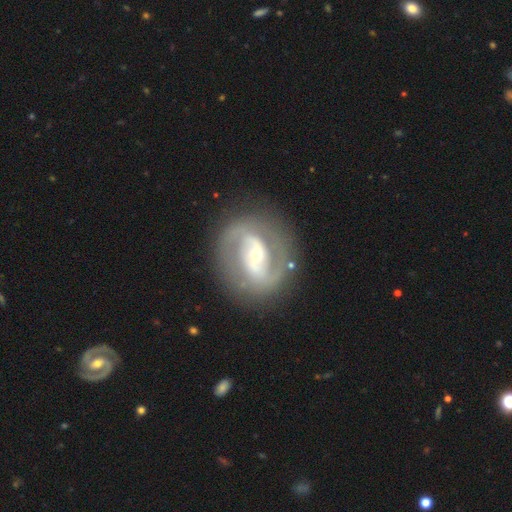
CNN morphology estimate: Smooth or featured? featured or disk (82%)
Edge-on disk? no (96%)
Bar? strong (36%)
Spiral arms? yes (83%)
Spiral winding? medium (47%)
Spiral arm count? 2 (85%)
Bulge size? moderate (54%)
Merging? none (81%)